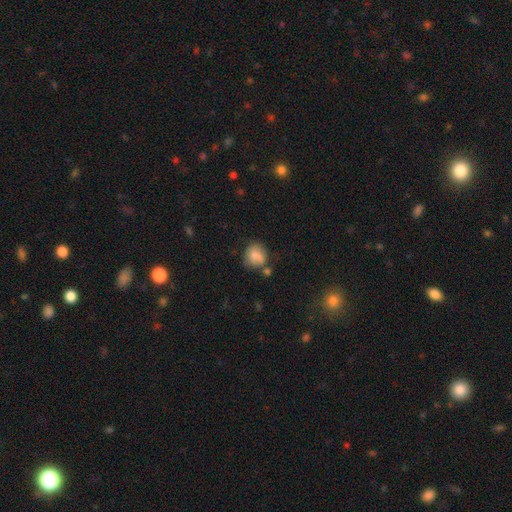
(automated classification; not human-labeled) This is likely a smooth galaxy (77%). How rounded: likely round (73%). Merging: possibly none (54%).